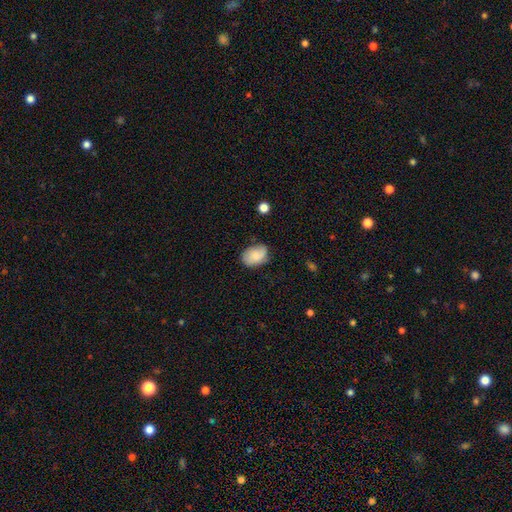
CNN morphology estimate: Overall: smooth (74%). How rounded: in between (80%). Merging: none (66%).